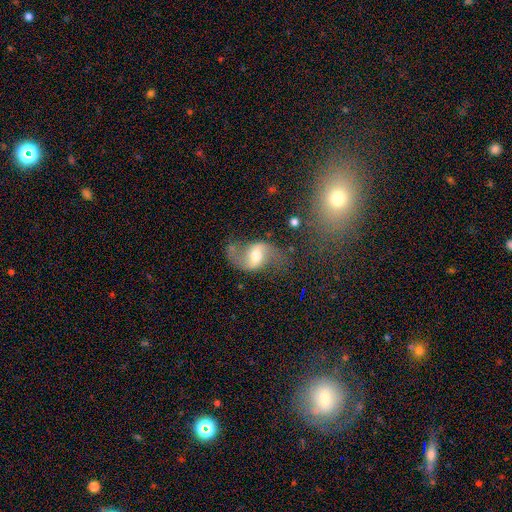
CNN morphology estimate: featured or disk 85%, smooth 8%, star or artifact 6%. Down the decision tree: edge-on disk — no (97%); bar — weak (47%); spiral arms — yes (94%); spiral arm count — 2 (93%); spiral winding — loose (78%); bulge size — moderate (65%); merging — none (67%).